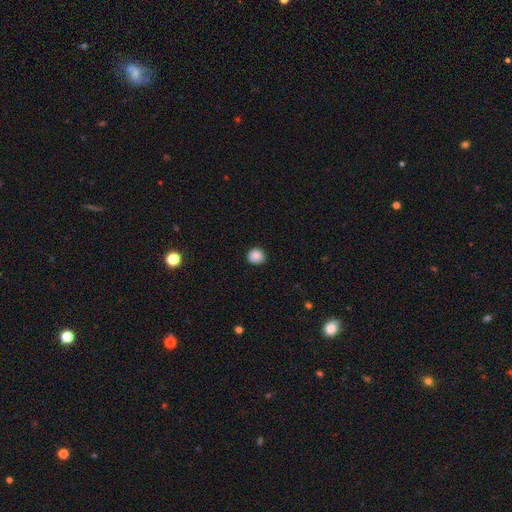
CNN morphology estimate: Smooth or featured? smooth (87%)
How rounded? round (90%)
Merging? none (87%)